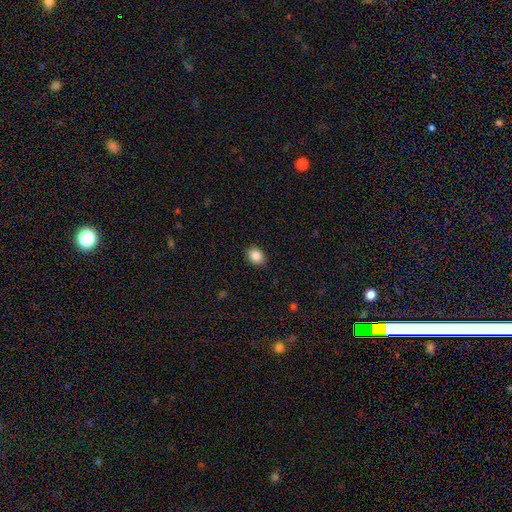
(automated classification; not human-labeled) Smooth or featured? Predicted: smooth (p=0.87). How rounded? Predicted: in between (p=0.53). Merging? Predicted: none (p=0.89).